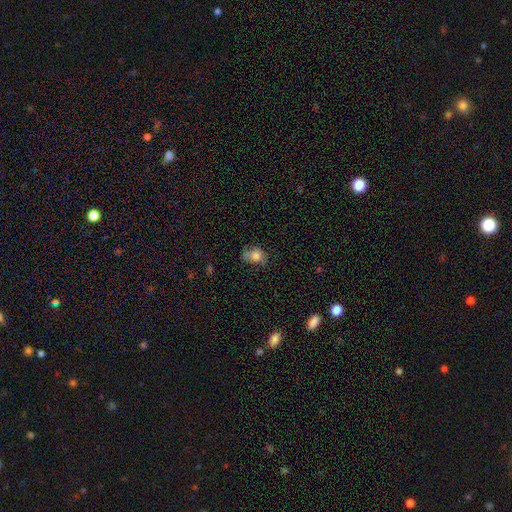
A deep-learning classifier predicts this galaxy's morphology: Smooth or featured: smooth — 79% (featured or disk — 11%)
How rounded: in between — 57% (round — 42%)
Merging: none — 53% (minor disturbance — 32%)